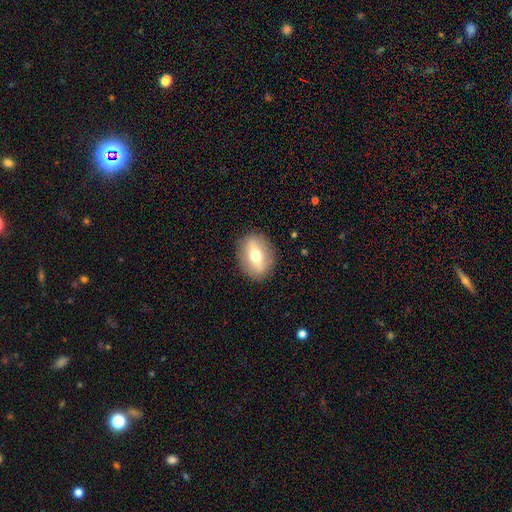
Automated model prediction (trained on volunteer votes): Overall: smooth (56%; featured or disk 37%). How rounded: in between (62%; round 35%). Merging: none (87%).